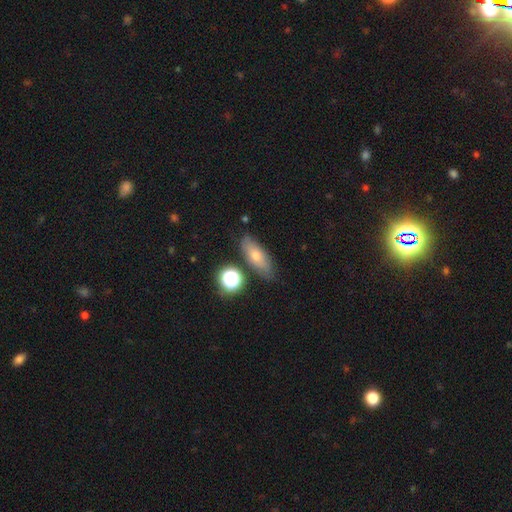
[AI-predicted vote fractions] This appears to be a smooth galaxy with no disk features (61%) that is in between round and cigar-shaped (58%). Merging: none (79%).